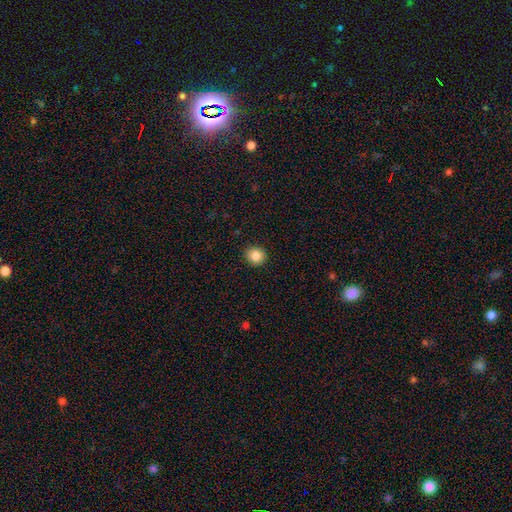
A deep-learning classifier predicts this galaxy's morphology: A smooth galaxy with no disk features (85%) that is round (83%).

Vote fractions:
- Smooth or featured? smooth: 85% / star or artifact: 10% / featured or disk: 5%
- How rounded? round: 83% / in between: 16% / cigar-shaped: 1%
- Merging? none: 91% / minor disturbance: 6% / major disturbance: 2% / merger: 1%